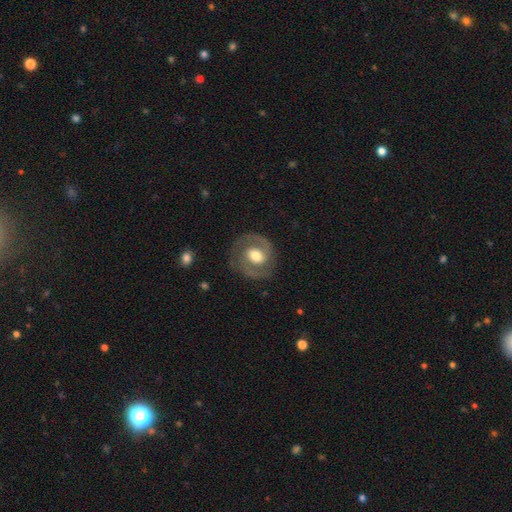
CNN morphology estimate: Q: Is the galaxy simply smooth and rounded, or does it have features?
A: featured or disk — 79%.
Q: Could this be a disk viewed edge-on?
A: no — 97%.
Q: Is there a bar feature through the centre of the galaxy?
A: no — 43%.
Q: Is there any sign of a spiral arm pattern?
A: yes — 89%.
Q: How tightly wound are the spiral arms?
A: medium — 48%.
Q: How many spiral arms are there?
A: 2 — 88%.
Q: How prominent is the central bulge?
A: moderate — 64%.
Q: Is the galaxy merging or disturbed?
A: none — 82%.